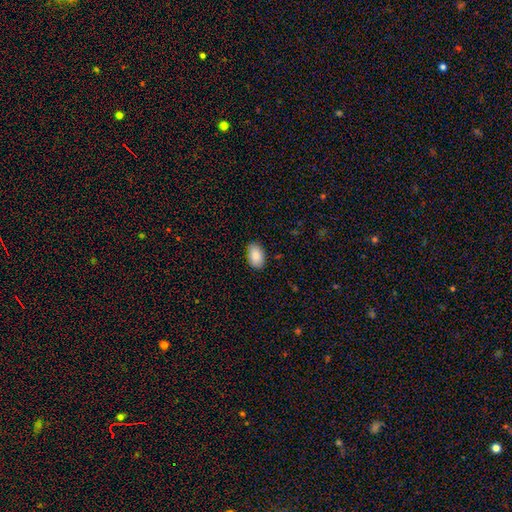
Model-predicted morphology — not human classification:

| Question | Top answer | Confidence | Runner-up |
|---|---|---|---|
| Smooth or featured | smooth | 88% | star or artifact (7%) |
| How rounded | in between | 91% | round (8%) |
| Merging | none | 86% | minor disturbance (11%) |